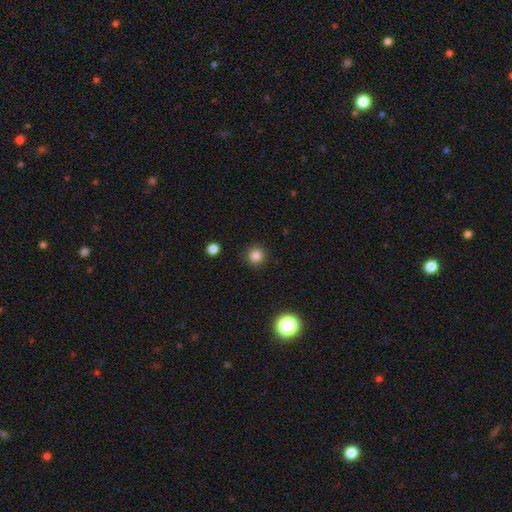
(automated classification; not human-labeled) smooth_or_featured: smooth (p=0.83) [alt: star or artifact p=0.13]
how_rounded: round (p=0.94) [alt: in between p=0.05]
merging: none (p=0.91) [alt: minor disturbance p=0.05]